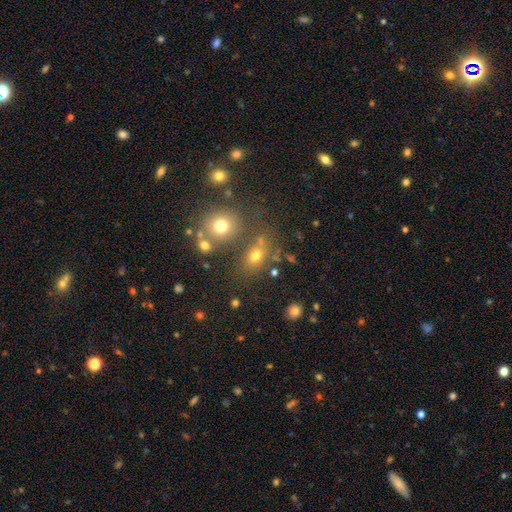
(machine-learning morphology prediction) The model was most divided on "how rounded": in between: 53%, round: 45%, cigar-shaped: 3%. More confident: merging — none (64%); smooth or featured — smooth (64%).